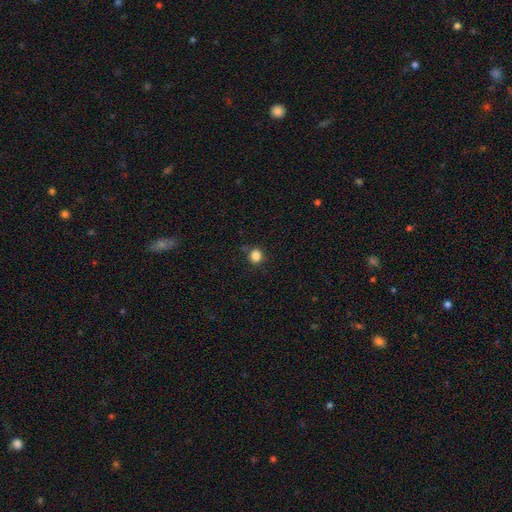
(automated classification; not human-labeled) A smooth galaxy with no disk features (84%) that is round (87%).

Vote fractions:
- Smooth or featured? smooth: 84% / star or artifact: 12% / featured or disk: 4%
- How rounded? round: 87% / in between: 12% / cigar-shaped: 1%
- Merging? none: 84% / minor disturbance: 9% / merger: 4% / major disturbance: 3%